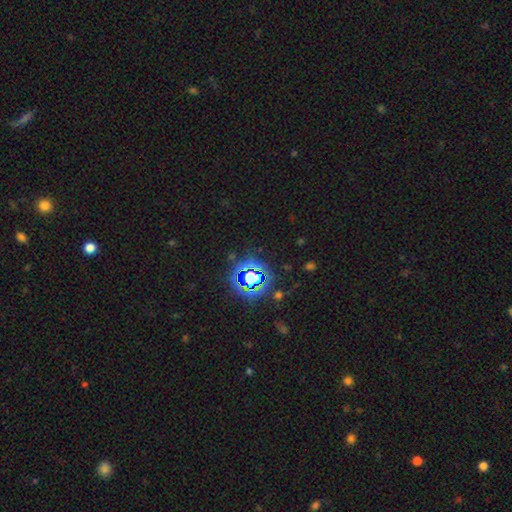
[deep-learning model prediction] Smooth or featured: star or artifact — 81% (smooth — 13%)